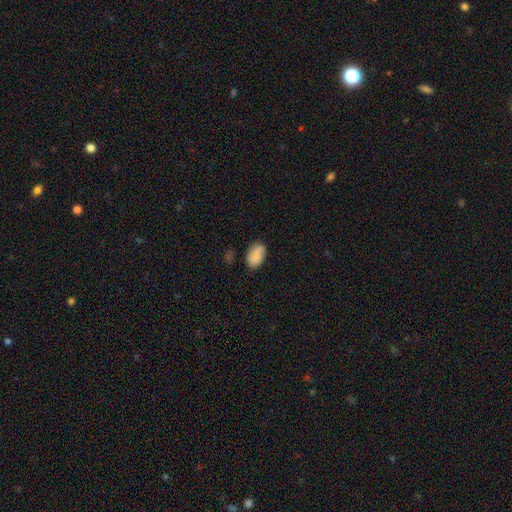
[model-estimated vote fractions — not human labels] Overall: smooth (78%). How rounded: in between (89%). Merging: none (69%).